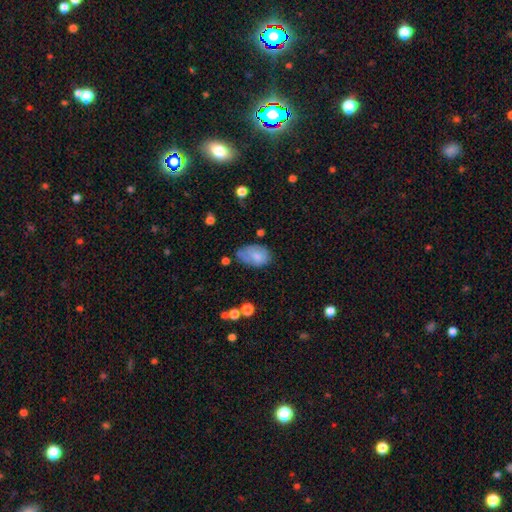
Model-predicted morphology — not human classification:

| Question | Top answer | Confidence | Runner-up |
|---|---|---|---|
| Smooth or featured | smooth | 76% | featured or disk (16%) |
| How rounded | in between | 90% | round (9%) |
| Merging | none | 45% | minor disturbance (37%) |